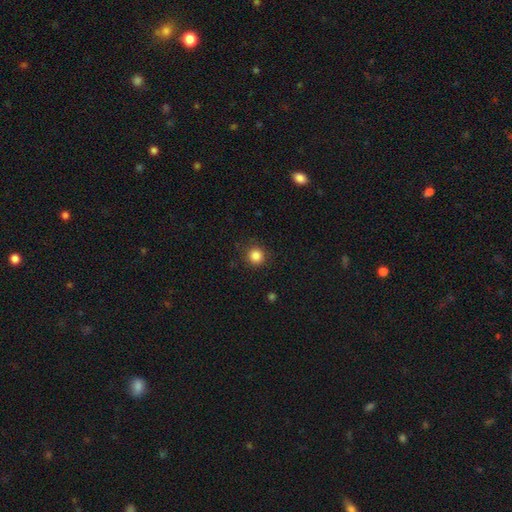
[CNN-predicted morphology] Smooth or featured?
  - smooth: 85% *
  - star or artifact: 11%
  - featured or disk: 4%
How rounded?
  - round: 94% *
  - in between: 5%
  - cigar-shaped: 1%
Merging?
  - none: 89% *
  - minor disturbance: 8%
  - major disturbance: 3%
  - merger: 1%